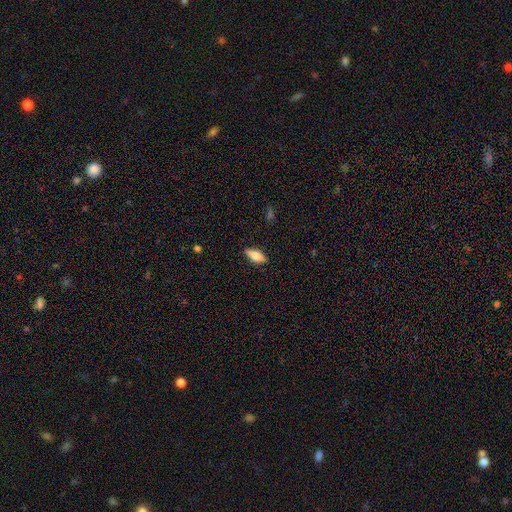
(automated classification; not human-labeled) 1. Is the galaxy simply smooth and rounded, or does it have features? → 70% smooth, 23% featured or disk, 7% star or artifact.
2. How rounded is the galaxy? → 76% in between, 21% cigar-shaped, 3% round.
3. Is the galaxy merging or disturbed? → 86% none, 11% minor disturbance, 2% major disturbance, 1% merger.